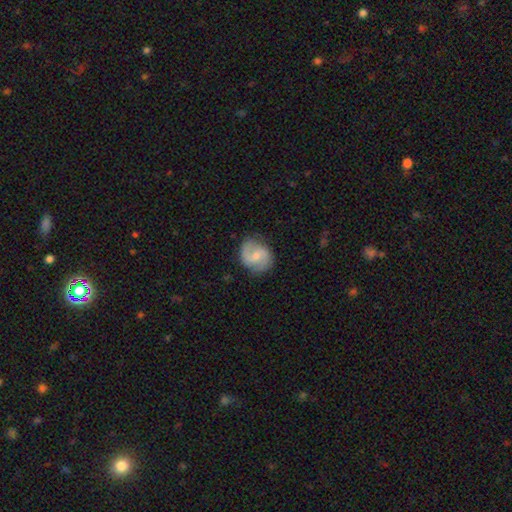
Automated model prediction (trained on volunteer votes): smooth-or-featured: featured or disk: 64% | smooth: 29% | star or artifact: 6%
  disk-edge-on: no: 98% | yes: 2%
    bar: weak: 55% | no: 33% | strong: 13%
    has-spiral-arms: yes: 90% | no: 10%
      spiral-winding: medium: 48% | loose: 35% | tight: 18%
      spiral-arm-count: 2: 86% | can't tell: 7% | 1: 4% | 3: 1% | 4: 1% | more than 4: 1%
    bulge-size: small: 53% | moderate: 36% | none: 8% | large: 2% | dominant: 1%
  merging: none: 75% | minor disturbance: 18% | major disturbance: 6% | merger: 1%